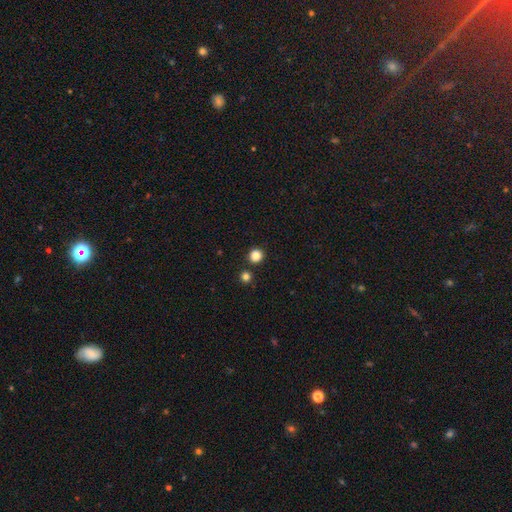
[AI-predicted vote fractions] Morphology: type=smooth (84%); roundness=round (94%); merging=none (89%).